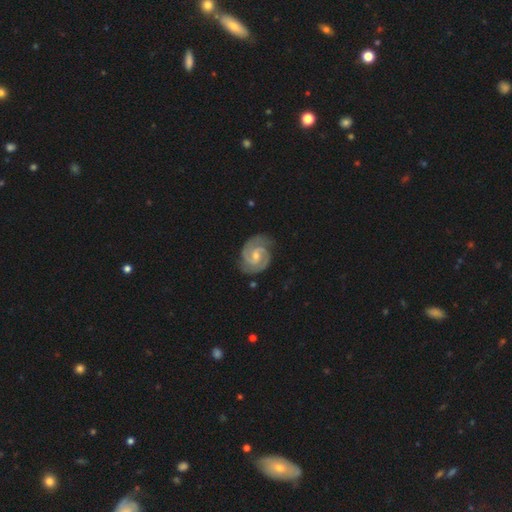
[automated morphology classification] A featured or disk galaxy (92%) with a weak bar (49%), 2 (87%) tight (60%) spiral arms (98%) and a small central bulge (48%).

Vote fractions:
- Smooth or featured? featured or disk: 92% / smooth: 4% / star or artifact: 4%
- Edge-on disk? no: 98% / yes: 2%
- Bar? weak: 49% / no: 38% / strong: 13%
- Spiral arms? yes: 98% / no: 2%
- Spiral winding? tight: 60% / medium: 35% / loose: 4%
- Spiral arm count? 2: 87% / 3: 6% / can't tell: 3% / 1: 1% / 4: 1% / more than 4: 1%
- Bulge size? small: 48% / moderate: 47% / none: 2% / large: 1% / dominant: 1%
- Merging? none: 82% / minor disturbance: 14% / major disturbance: 3% / merger: 1%